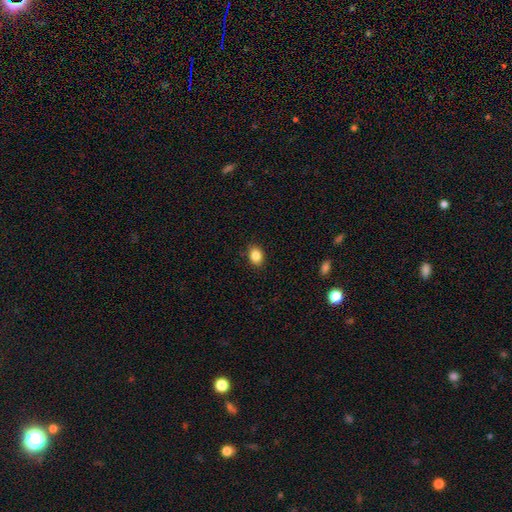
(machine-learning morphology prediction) Smooth or featured? Predicted: smooth (p=0.86). How rounded? Predicted: in between (p=0.69). Merging? Predicted: none (p=0.88).